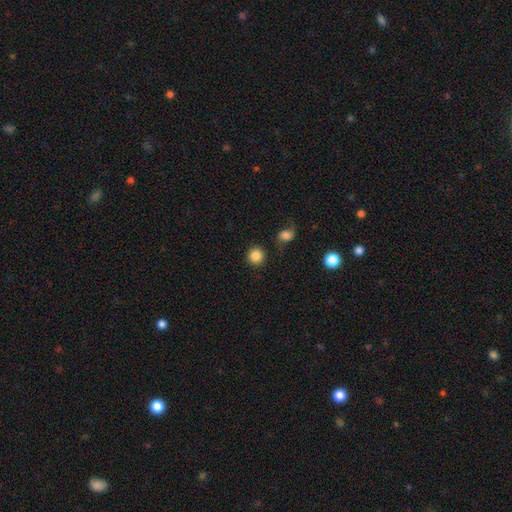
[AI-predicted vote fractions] Smooth or featured? smooth (86%)
How rounded? round (93%)
Merging? none (85%)